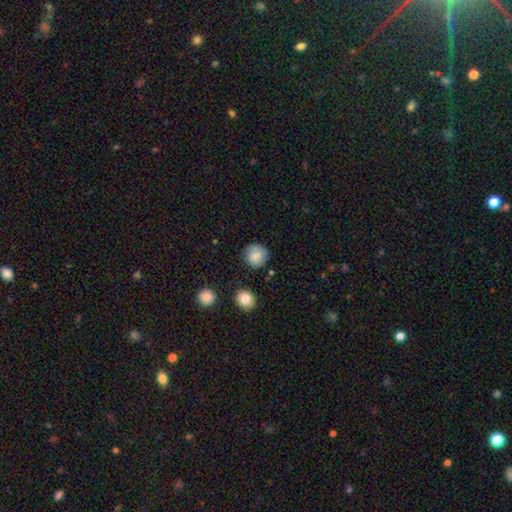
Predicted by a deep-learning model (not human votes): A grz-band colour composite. It shows a smooth galaxy with no disk features (84%) that is round (91%). Merging: none (83%).